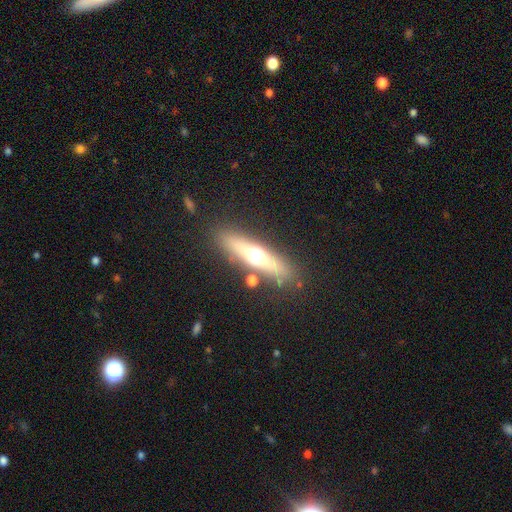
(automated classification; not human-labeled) A featured or disk galaxy (51%) viewed edge-on (85%). Merging: none (83%).